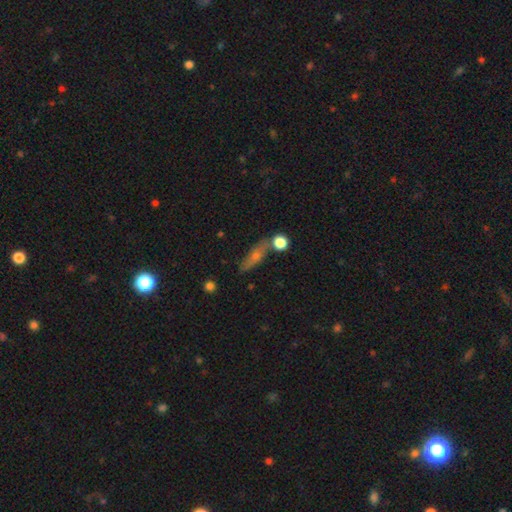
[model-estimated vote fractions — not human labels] smooth 47%, featured or disk 39%, star or artifact 14%. Down the decision tree: merging — none (71%).